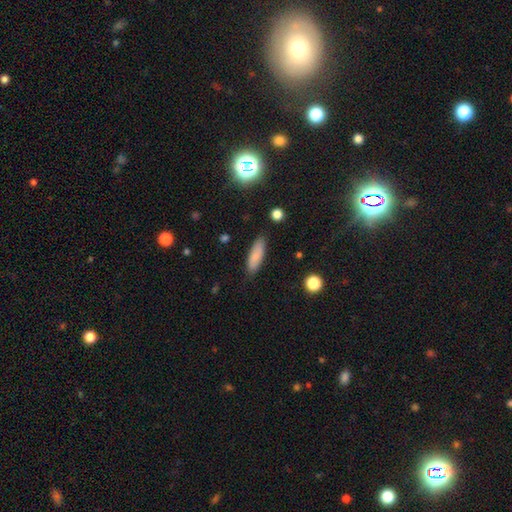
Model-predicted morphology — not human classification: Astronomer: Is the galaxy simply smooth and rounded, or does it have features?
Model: smooth — 84%.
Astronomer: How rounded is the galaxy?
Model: in between — 49%, tied with cigar-shaped at 49%.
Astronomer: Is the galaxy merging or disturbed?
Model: none — 85%.